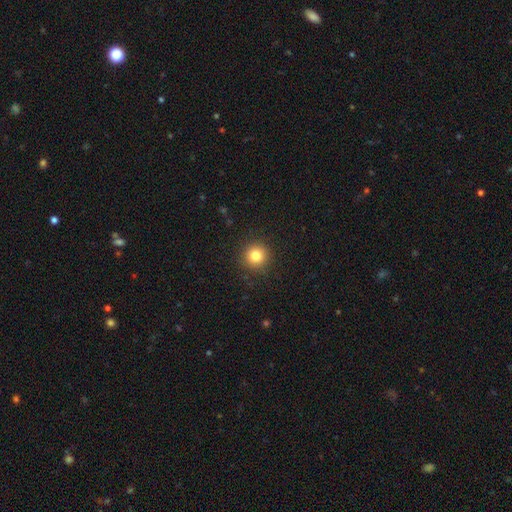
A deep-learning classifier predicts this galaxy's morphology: A smooth galaxy with no disk features (81%) that is round (95%).

Vote fractions:
- Smooth or featured? smooth: 81% / star or artifact: 12% / featured or disk: 7%
- How rounded? round: 95% / in between: 4% / cigar-shaped: 1%
- Merging? none: 92% / minor disturbance: 5% / major disturbance: 2% / merger: 1%